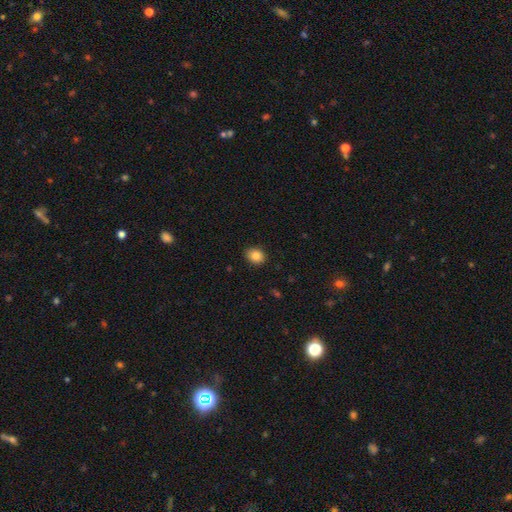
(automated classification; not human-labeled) smooth_or_featured: smooth (p=0.85) [alt: star or artifact p=0.09]
how_rounded: round (p=0.55) [alt: in between p=0.44]
merging: none (p=0.88) [alt: minor disturbance p=0.09]